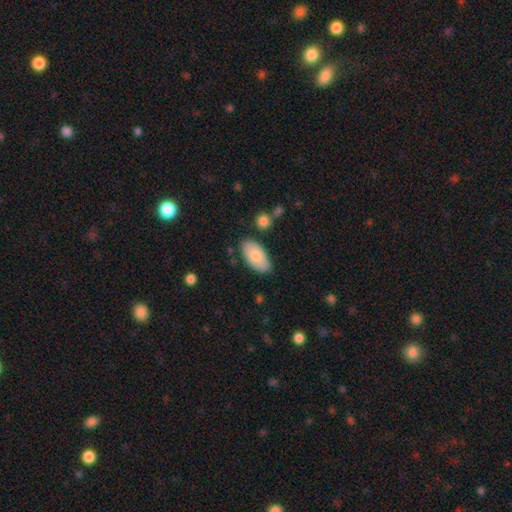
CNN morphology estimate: Smooth or featured: smooth — 78% (featured or disk — 16%)
How rounded: in between — 95% (round — 3%)
Merging: none — 79% (minor disturbance — 15%)